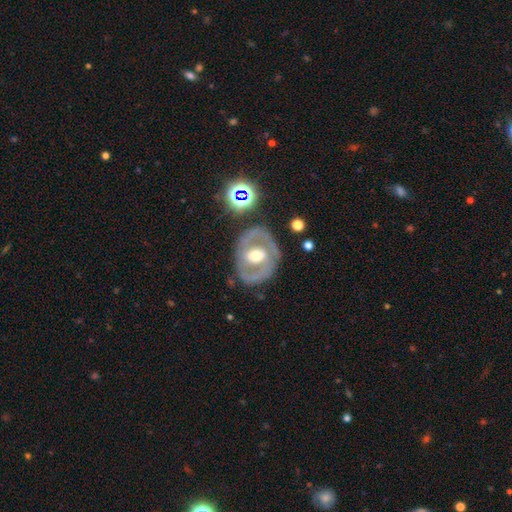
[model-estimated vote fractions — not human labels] Smooth or featured?
  - featured or disk: 71% *
  - smooth: 22%
  - star or artifact: 7%
Edge-on disk?
  - no: 95% *
  - yes: 5%
Bar?
  - no: 42% *
  - weak: 35%
  - strong: 23%
Spiral arms?
  - no: 51% *
  - yes: 49%
Bulge size?
  - moderate: 67% *
  - large: 17%
  - small: 13%
  - dominant: 2%
  - none: 1%
Merging?
  - none: 74% *
  - minor disturbance: 15%
  - major disturbance: 8%
  - merger: 3%